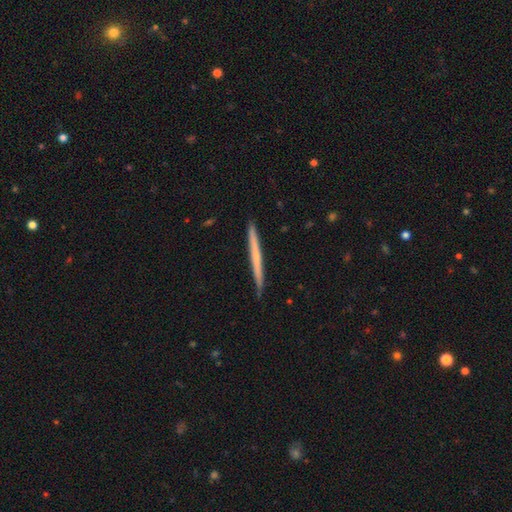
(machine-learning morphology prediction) Smooth or featured: featured or disk — 47% (tied with smooth — 47%)
Merging: none — 91% (minor disturbance — 7%)